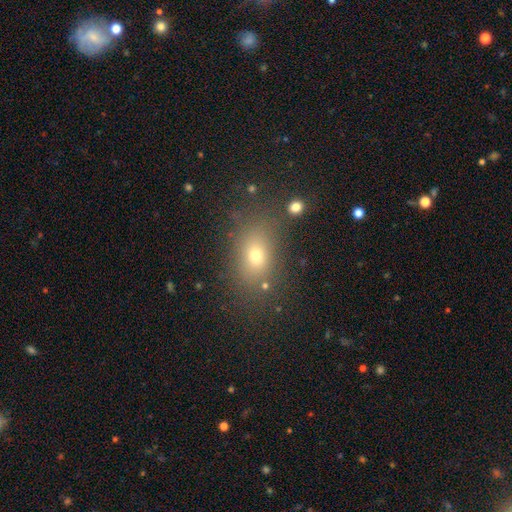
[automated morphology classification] Q: Smooth or featured?
A: smooth (71%); runner-up: star or artifact (17%)
Q: How rounded?
A: in between (74%); runner-up: round (24%)
Q: Merging?
A: none (79%); runner-up: minor disturbance (12%)